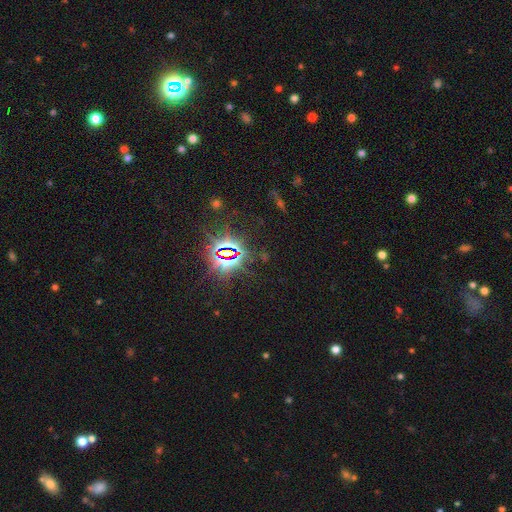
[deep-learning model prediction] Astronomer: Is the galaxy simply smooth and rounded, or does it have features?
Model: star or artifact — 83%.